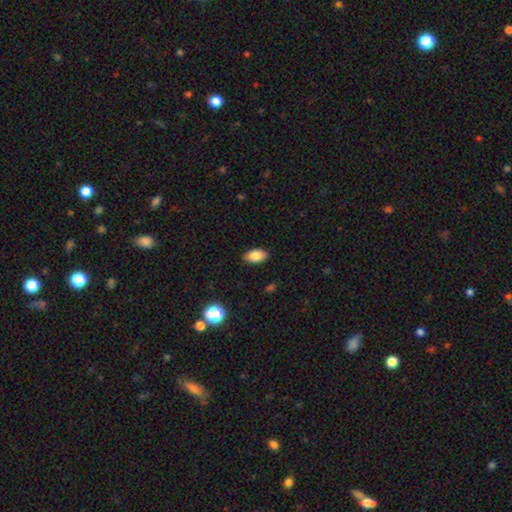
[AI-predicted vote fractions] Overall: smooth (86%). How rounded: in between (92%). Merging: none (87%).